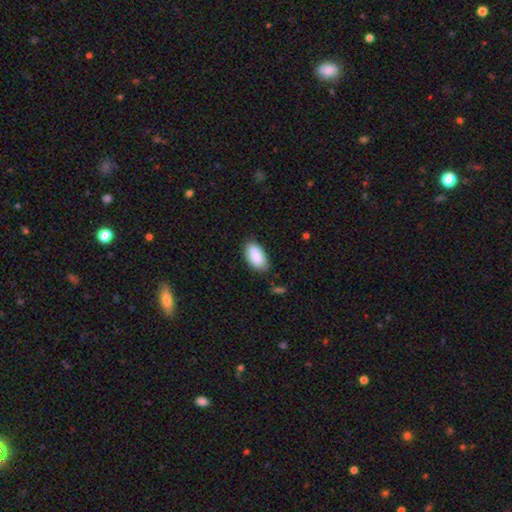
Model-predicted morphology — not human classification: smooth_or_featured: smooth (p=0.88) [alt: star or artifact p=0.06]
how_rounded: in between (p=0.94) [alt: round p=0.03]
merging: none (p=0.75) [alt: minor disturbance p=0.18]